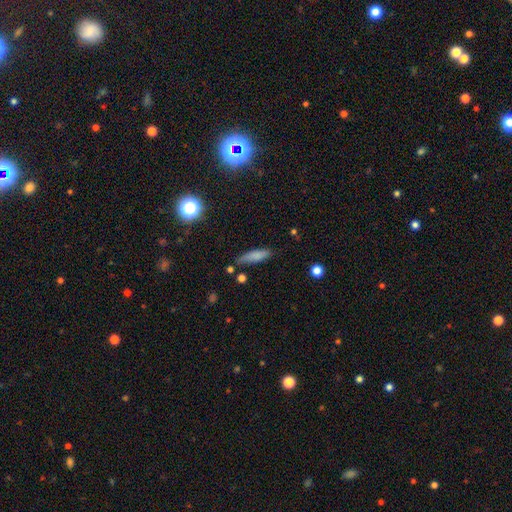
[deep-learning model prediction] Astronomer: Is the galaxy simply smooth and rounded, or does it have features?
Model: smooth — 78%.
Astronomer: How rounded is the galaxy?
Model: cigar-shaped — 69%.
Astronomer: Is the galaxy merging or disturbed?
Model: none — 72%.